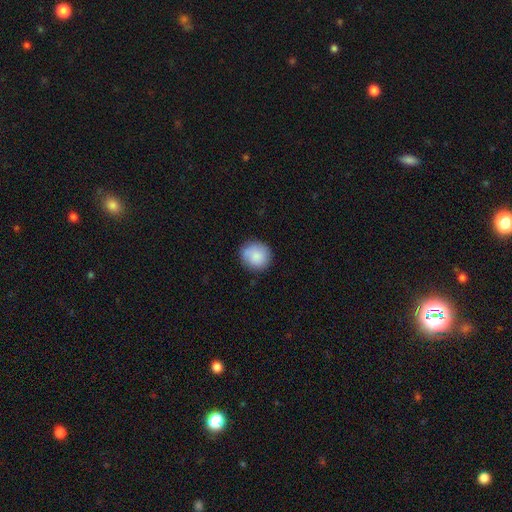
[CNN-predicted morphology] smooth 86%, star or artifact 7%, featured or disk 7%. Down the decision tree: how rounded — round (90%); merging — none (85%).